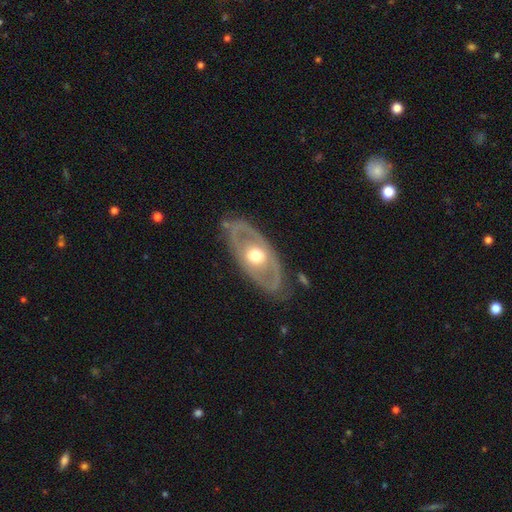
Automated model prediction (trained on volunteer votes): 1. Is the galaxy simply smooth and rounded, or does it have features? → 69% featured or disk, 27% smooth, 4% star or artifact.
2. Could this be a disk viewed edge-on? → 86% no, 14% yes.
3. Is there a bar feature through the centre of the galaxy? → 83% no, 12% weak, 4% strong.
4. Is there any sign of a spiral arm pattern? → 74% no, 26% yes.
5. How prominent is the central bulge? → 71% moderate, 18% large, 9% small, 1% dominant, 1% none.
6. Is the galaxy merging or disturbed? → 80% none, 13% minor disturbance, 5% major disturbance, 2% merger.